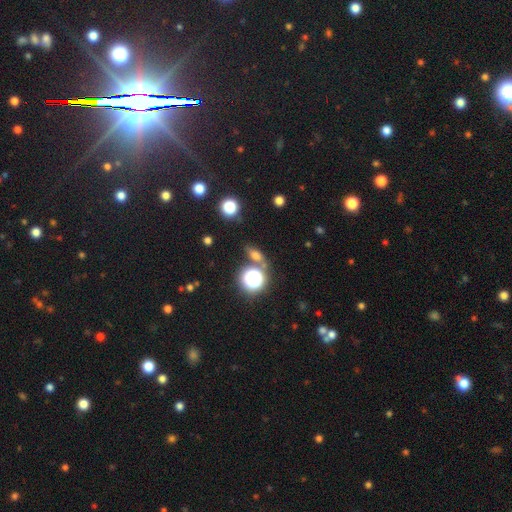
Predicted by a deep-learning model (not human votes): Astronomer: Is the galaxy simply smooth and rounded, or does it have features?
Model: smooth — 56%.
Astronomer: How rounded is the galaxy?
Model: in between — 51% (runner-up: round, 32%).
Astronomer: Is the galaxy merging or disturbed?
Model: none — 73%.